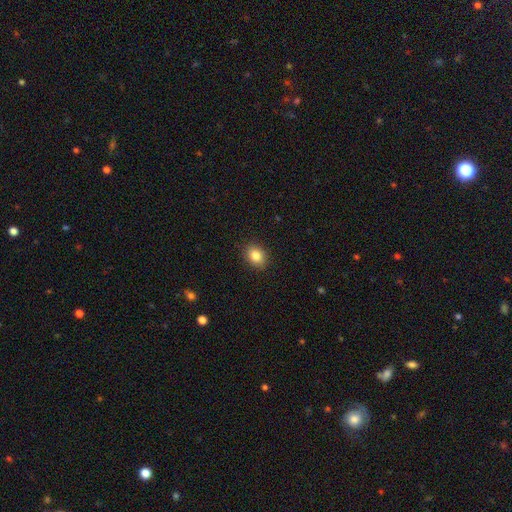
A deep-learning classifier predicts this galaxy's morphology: Smooth or featured?
  - smooth: 84% *
  - star or artifact: 10%
  - featured or disk: 6%
How rounded?
  - in between: 54% *
  - round: 45%
  - cigar-shaped: 1%
Merging?
  - none: 90% *
  - minor disturbance: 7%
  - major disturbance: 2%
  - merger: 1%